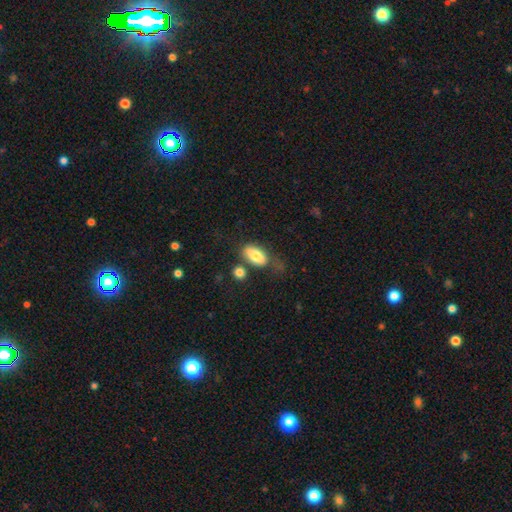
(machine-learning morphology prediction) This is likely a smooth galaxy (79%). How rounded: clearly in between (91%). Merging: possibly none (52%).